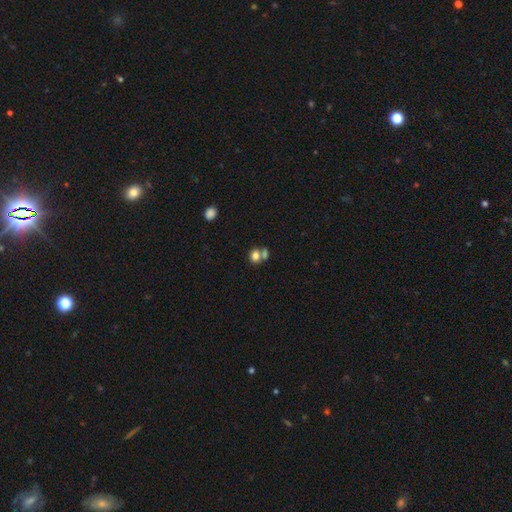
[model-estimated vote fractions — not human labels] smooth_or_featured: smooth (p=0.78) [alt: star or artifact p=0.11]
how_rounded: round (p=0.64) [alt: in between p=0.34]
merging: merger (p=0.45) [alt: none p=0.42]